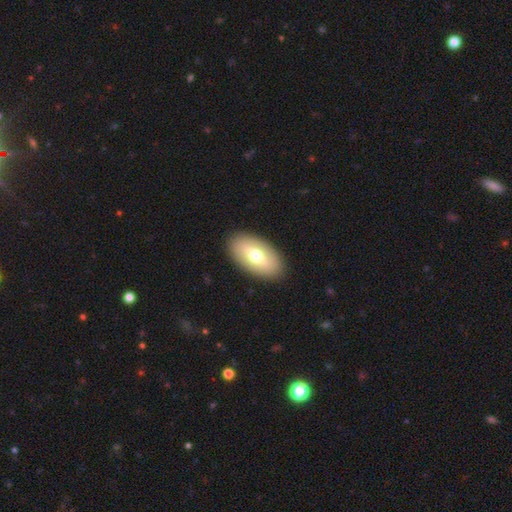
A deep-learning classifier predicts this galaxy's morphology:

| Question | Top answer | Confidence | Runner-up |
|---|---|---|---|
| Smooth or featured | smooth | 64% | featured or disk (30%) |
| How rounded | in between | 93% | round (4%) |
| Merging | none | 89% | minor disturbance (8%) |